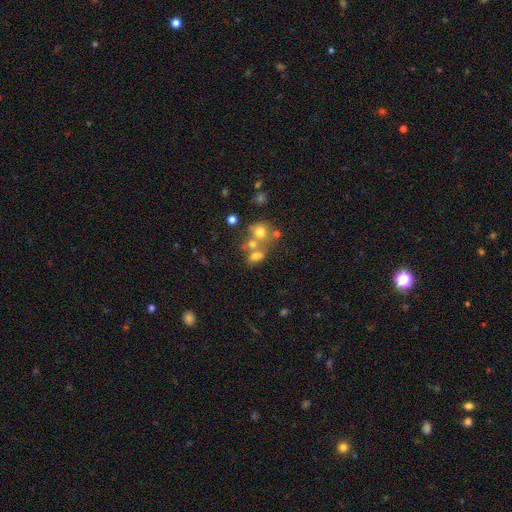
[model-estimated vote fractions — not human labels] A smooth galaxy with no disk features (63%) that is in between round and cigar-shaped (63%). Merging: merger (45%).